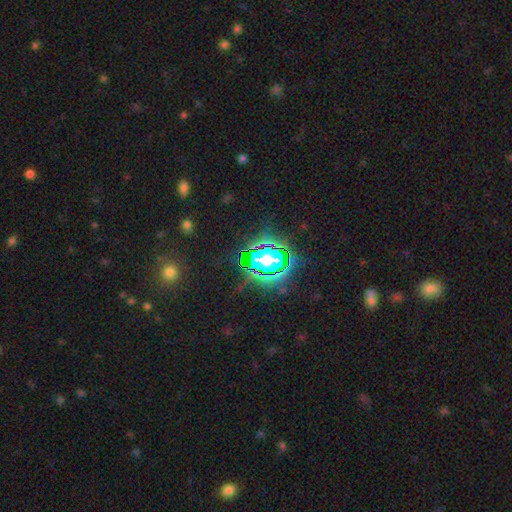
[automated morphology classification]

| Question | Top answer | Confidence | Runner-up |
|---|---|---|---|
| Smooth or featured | star or artifact | 73% | smooth (16%) |